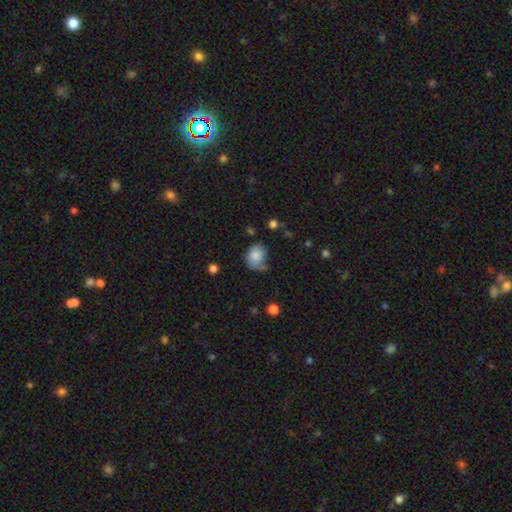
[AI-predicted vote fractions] This appears to be a smooth galaxy with no disk features (81%) that is in between round and cigar-shaped (52%). Merging: none (47%).